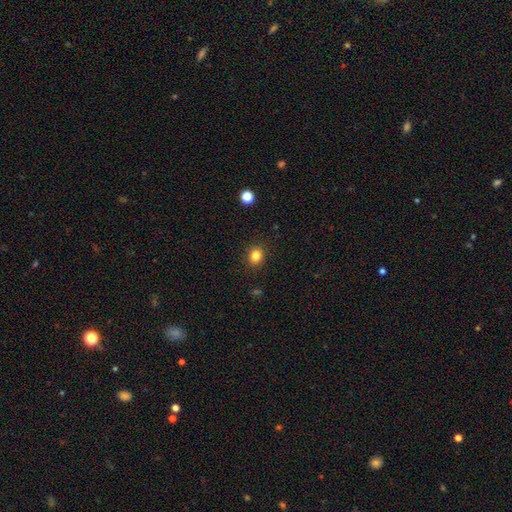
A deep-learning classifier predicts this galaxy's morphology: Smooth or featured? Predicted: smooth (p=0.83). How rounded? Predicted: round (p=0.74). Merging? Predicted: none (p=0.90).